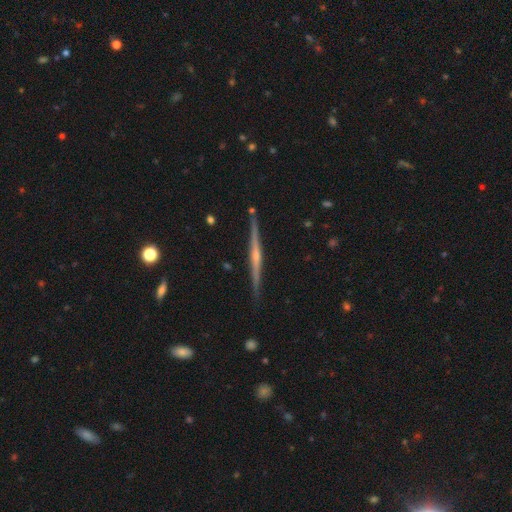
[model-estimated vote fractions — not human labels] This is clearly a featured or disk galaxy (81%). It is clearly viewed edge-on (98%). Edge-on bulge: likely rounded (71%). Merging: clearly none (90%).